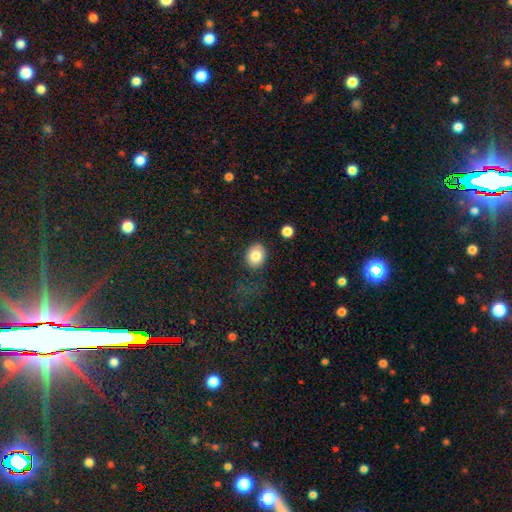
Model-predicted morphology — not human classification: Smooth or featured?
  - smooth: 84% *
  - star or artifact: 8%
  - featured or disk: 8%
How rounded?
  - round: 50% *
  - in between: 49%
  - cigar-shaped: 1%
Merging?
  - none: 81% *
  - minor disturbance: 12%
  - major disturbance: 4%
  - merger: 2%